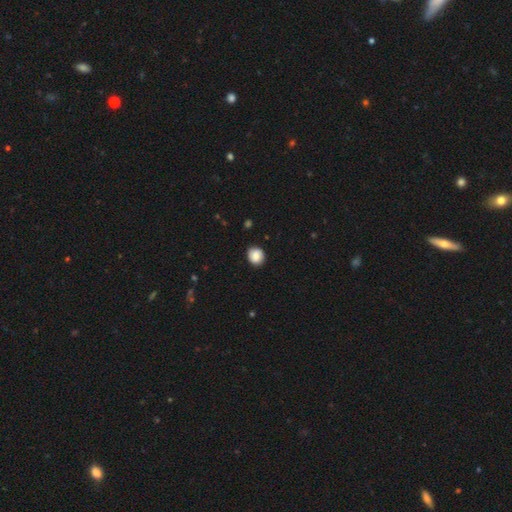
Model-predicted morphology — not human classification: Smooth or featured: smooth — 81% (featured or disk — 11%)
How rounded: round — 81% (in between — 18%)
Merging: none — 84% (minor disturbance — 12%)